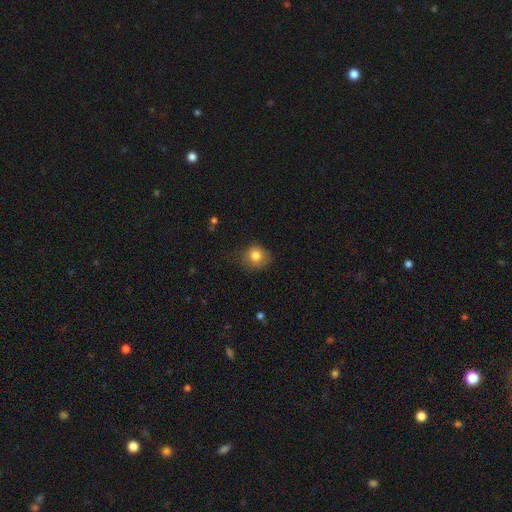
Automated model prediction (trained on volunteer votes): The model was most divided on "merging": none: 67%, minor disturbance: 24%, major disturbance: 8%, merger: 1%. More confident: how rounded — round (82%); smooth or featured — smooth (81%).